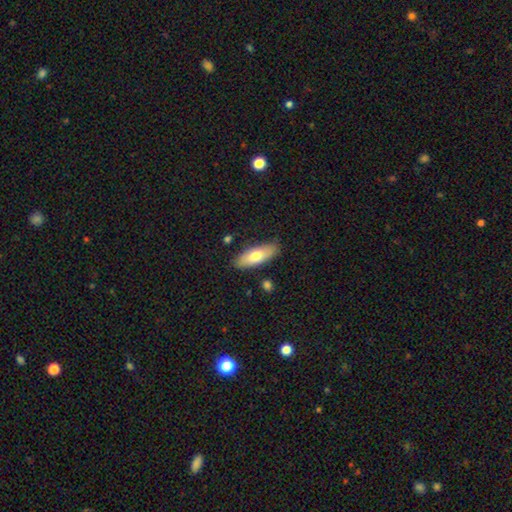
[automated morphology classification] Overall: smooth (70%). How rounded: in between (75%). Merging: none (84%).